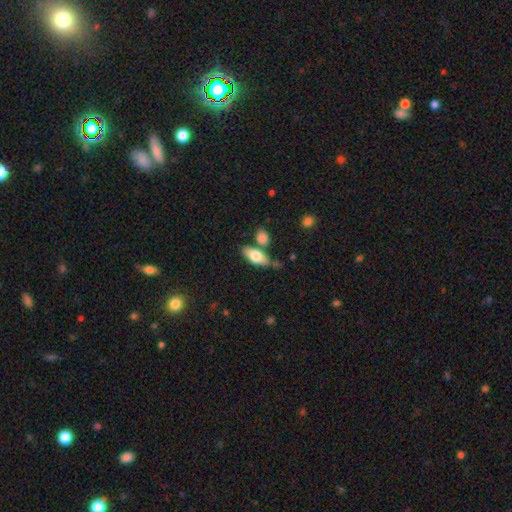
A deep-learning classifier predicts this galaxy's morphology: A smooth galaxy with no disk features (65%) that is in between round and cigar-shaped (78%).

Vote fractions:
- Smooth or featured? smooth: 65% / featured or disk: 29% / star or artifact: 7%
- How rounded? in between: 78% / cigar-shaped: 18% / round: 4%
- Merging? none: 60% / merger: 18% / minor disturbance: 17% / major disturbance: 5%